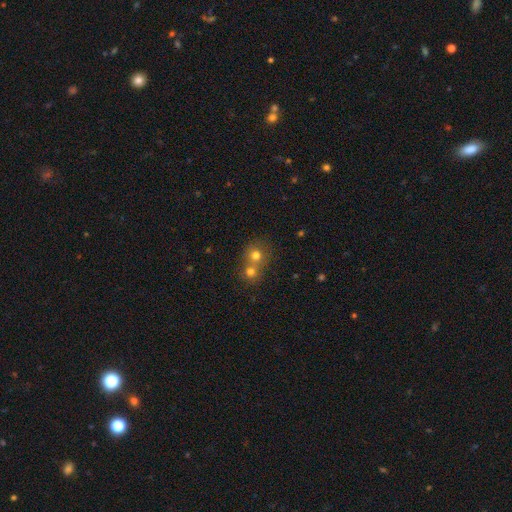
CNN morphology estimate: Smooth or featured?
  - smooth: 72% *
  - star or artifact: 15%
  - featured or disk: 12%
How rounded?
  - round: 84% *
  - in between: 15%
  - cigar-shaped: 1%
Merging?
  - merger: 53% *
  - none: 40%
  - minor disturbance: 5%
  - major disturbance: 2%